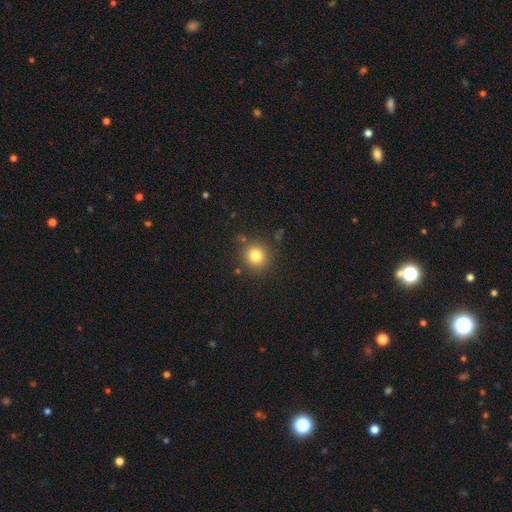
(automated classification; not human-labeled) This is clearly a smooth galaxy (81%). How rounded: clearly round (90%). Merging: clearly none (86%).